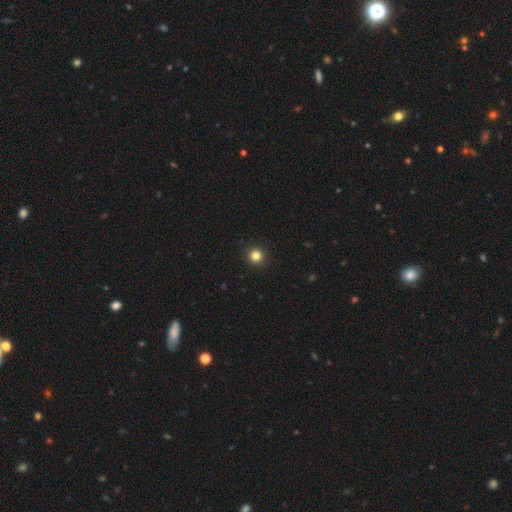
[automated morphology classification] Smooth or featured? Predicted: smooth (p=0.83). How rounded? Predicted: round (p=0.96). Merging? Predicted: none (p=0.94).